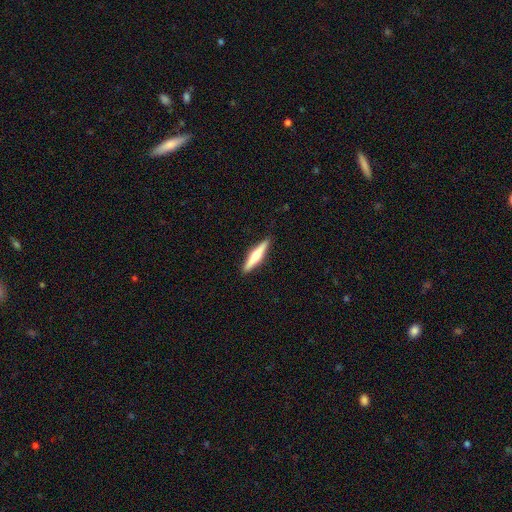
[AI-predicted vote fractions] Overall: featured or disk (53%; smooth 42%). Edge-on disk: yes (97%). Edge-on bulge: rounded (82%). Merging: none (91%).